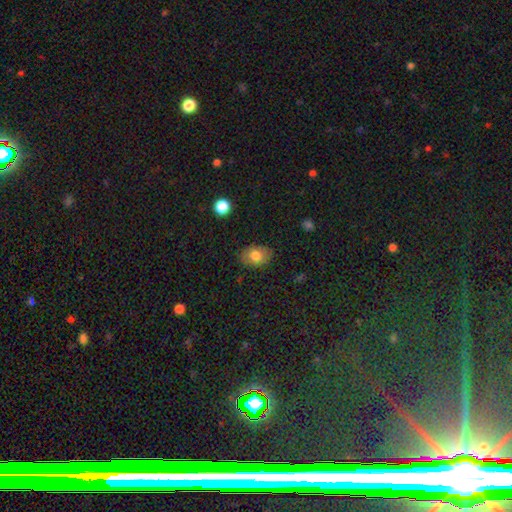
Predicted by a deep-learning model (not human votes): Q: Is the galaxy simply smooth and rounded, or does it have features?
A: smooth — 78%.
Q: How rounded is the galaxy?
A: in between — 73%.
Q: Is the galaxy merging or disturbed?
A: none — 83%.